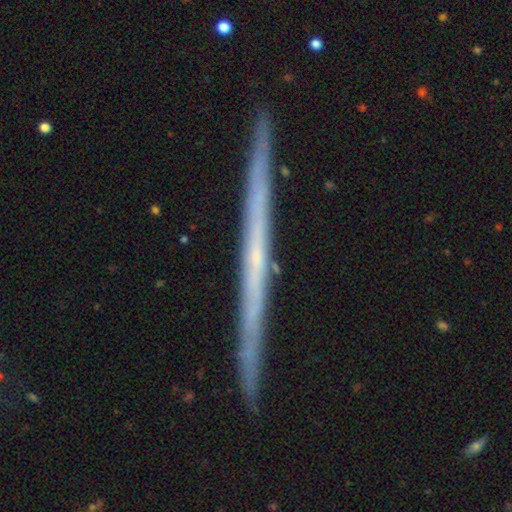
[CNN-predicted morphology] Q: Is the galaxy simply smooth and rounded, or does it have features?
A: featured or disk — 74%.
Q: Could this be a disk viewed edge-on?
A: yes — 97%.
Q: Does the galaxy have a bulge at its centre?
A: none — 84%.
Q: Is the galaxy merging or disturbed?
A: none — 90%.